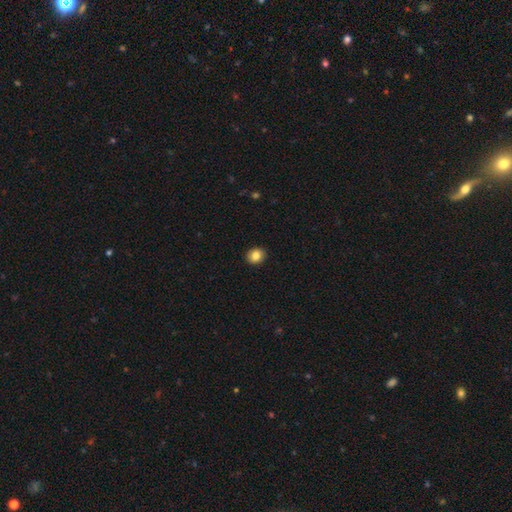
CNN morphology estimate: Overall: smooth (84%). How rounded: round (69%; in between 31%). Merging: none (91%).